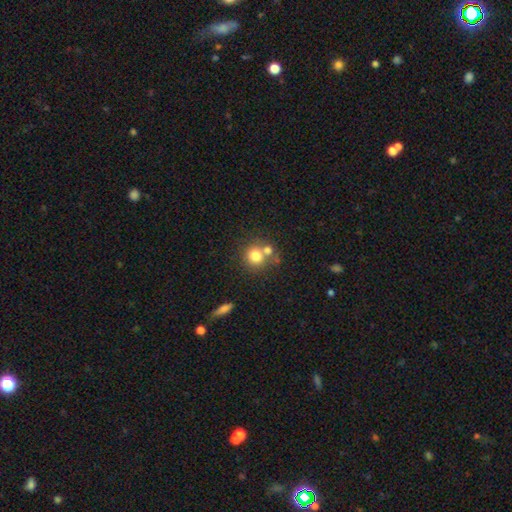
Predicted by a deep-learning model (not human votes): Morphology: type=smooth (76%); roundness=round (85%); merging=none (50%).